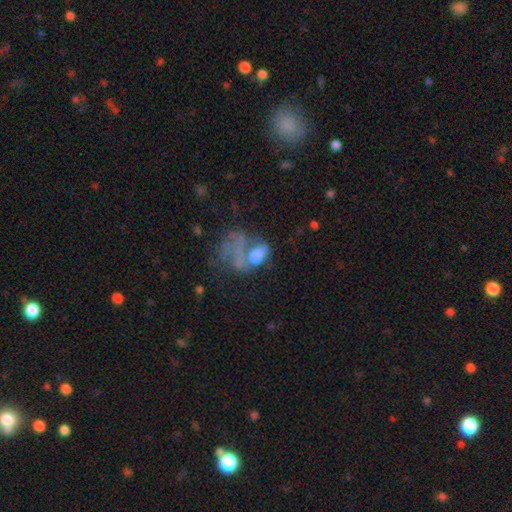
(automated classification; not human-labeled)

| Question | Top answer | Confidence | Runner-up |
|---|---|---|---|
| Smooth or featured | smooth | 49% | featured or disk (36%) |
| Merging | major disturbance | 43% | merger (30%) |